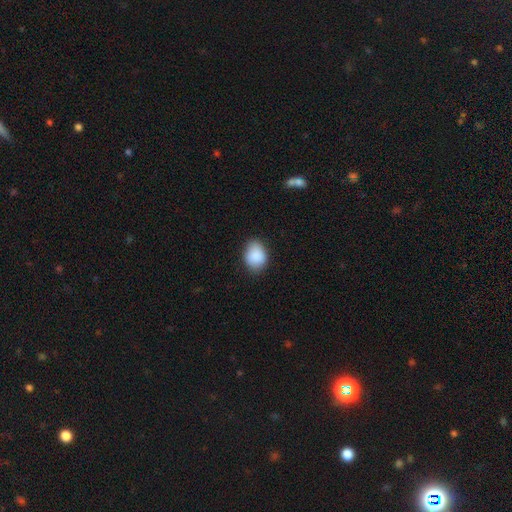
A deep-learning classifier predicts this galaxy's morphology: Smooth or featured? Predicted: smooth (p=0.89). How rounded? Predicted: in between (p=0.68). Merging? Predicted: none (p=0.79).